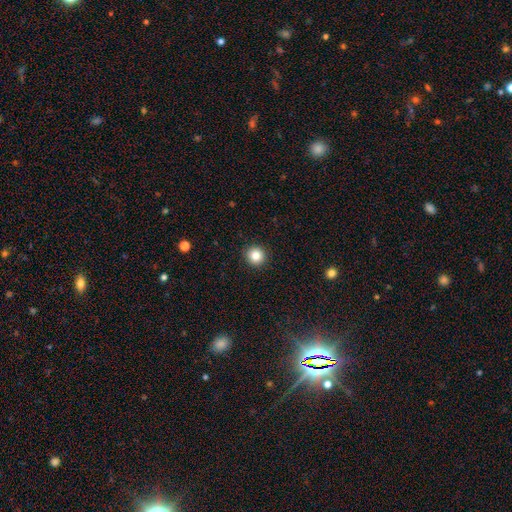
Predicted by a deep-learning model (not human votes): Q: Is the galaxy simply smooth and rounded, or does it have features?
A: smooth — 84%.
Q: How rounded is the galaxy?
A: round — 95%.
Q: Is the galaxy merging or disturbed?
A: none — 93%.